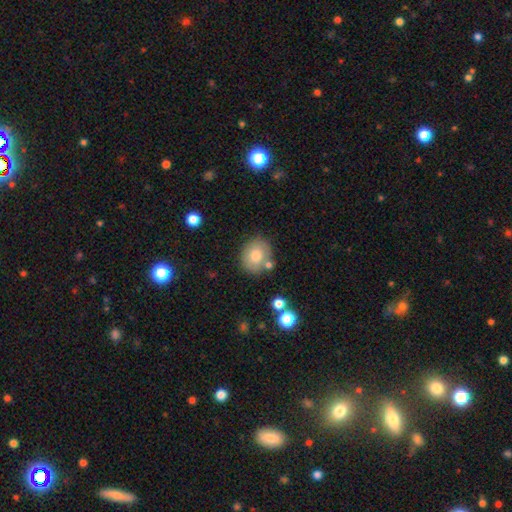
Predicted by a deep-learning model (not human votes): Q: Smooth or featured?
A: smooth (76%); runner-up: featured or disk (16%)
Q: How rounded?
A: round (62%); runner-up: in between (37%)
Q: Merging?
A: none (74%); runner-up: minor disturbance (13%)